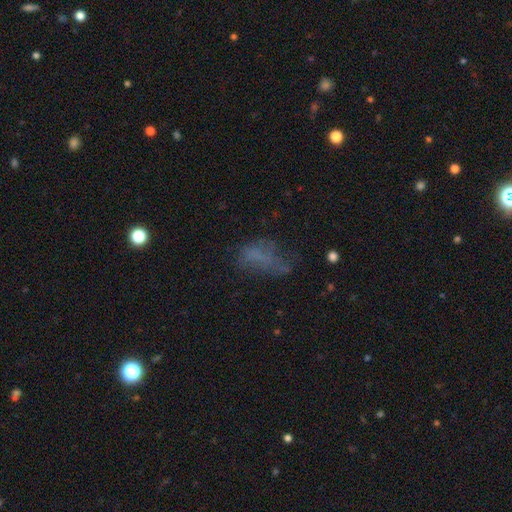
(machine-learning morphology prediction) A smooth galaxy with no disk features (47%). Merging: none (38%).